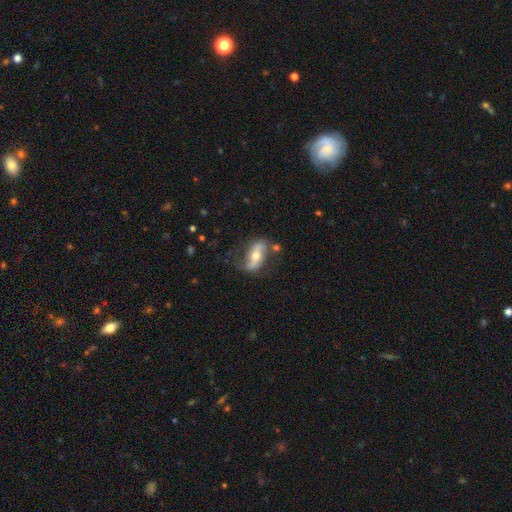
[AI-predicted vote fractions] smooth_or_featured: featured or disk (p=0.69) [alt: smooth p=0.25]
disk_edge_on: no (p=0.86) [alt: yes p=0.14]
bar: strong (p=0.42) [alt: no p=0.33]
has_spiral_arms: yes (p=0.80) [alt: no p=0.20]
bulge_size: moderate (p=0.66) [alt: small p=0.27]
merging: none (p=0.63) [alt: minor disturbance p=0.21]